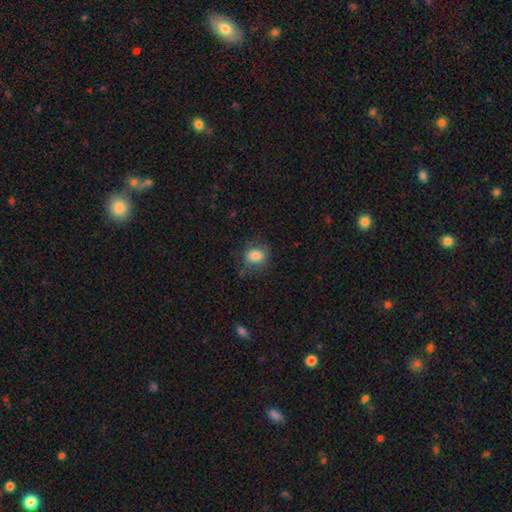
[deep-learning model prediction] This is likely a smooth galaxy (78%). How rounded: possibly round (58%). Merging: likely none (68%).